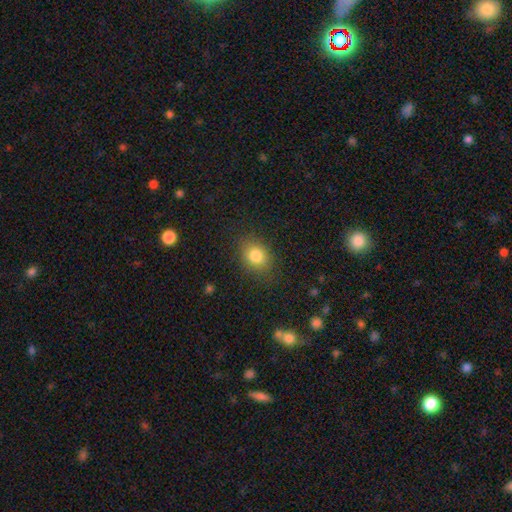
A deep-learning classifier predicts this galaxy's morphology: Q: Smooth or featured?
A: smooth (81%); runner-up: star or artifact (11%)
Q: How rounded?
A: round (54%); runner-up: in between (45%)
Q: Merging?
A: none (82%); runner-up: minor disturbance (12%)